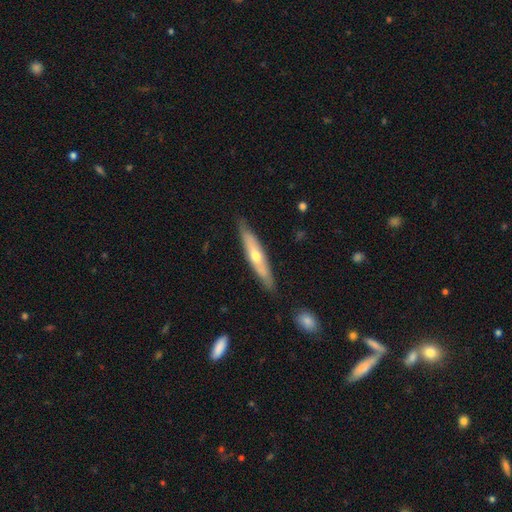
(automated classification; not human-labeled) Q: Smooth or featured?
A: featured or disk (56%); runner-up: smooth (38%)
Q: Edge-on disk?
A: yes (81%); runner-up: no (19%)
Q: Merging?
A: none (84%); runner-up: minor disturbance (13%)